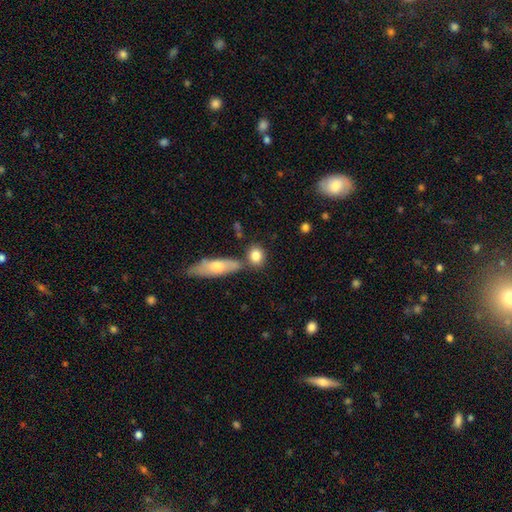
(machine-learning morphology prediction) A smooth galaxy with no disk features (82%) that is round (55%).

Vote fractions:
- Smooth or featured? smooth: 82% / featured or disk: 11% / star or artifact: 7%
- How rounded? round: 55% / in between: 39% / cigar-shaped: 6%
- Merging? none: 66% / merger: 19% / minor disturbance: 12% / major disturbance: 4%